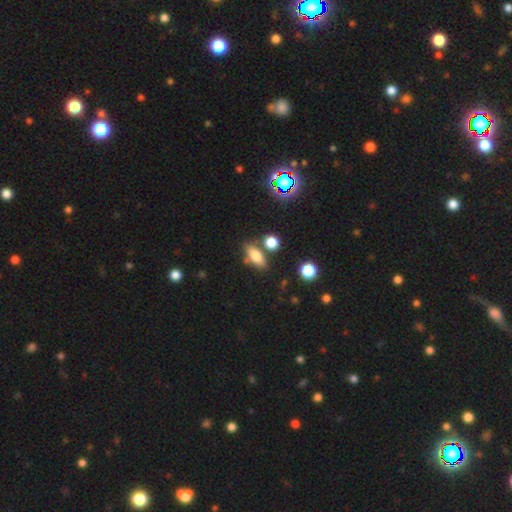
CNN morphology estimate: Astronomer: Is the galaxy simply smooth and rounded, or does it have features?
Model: smooth — 72%.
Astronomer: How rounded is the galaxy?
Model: in between — 74%.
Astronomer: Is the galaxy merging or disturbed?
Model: none — 72%.